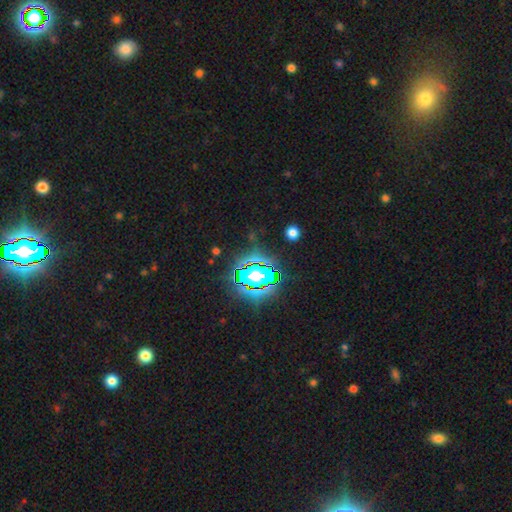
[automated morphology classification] type=star or artifact (79%).